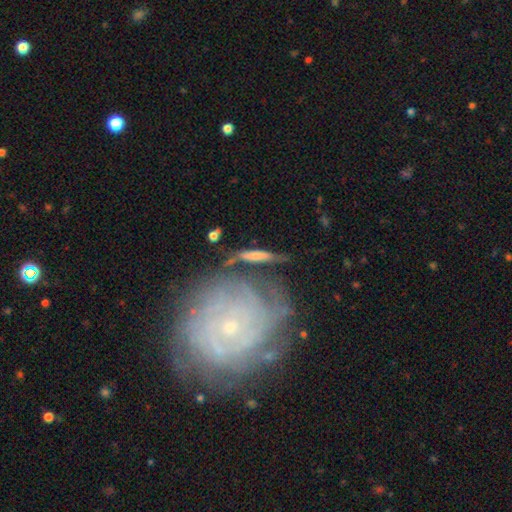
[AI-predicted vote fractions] Smooth or featured?
  - smooth: 49% *
  - featured or disk: 43%
  - star or artifact: 8%
Merging?
  - none: 49% *
  - minor disturbance: 21%
  - merger: 17%
  - major disturbance: 13%